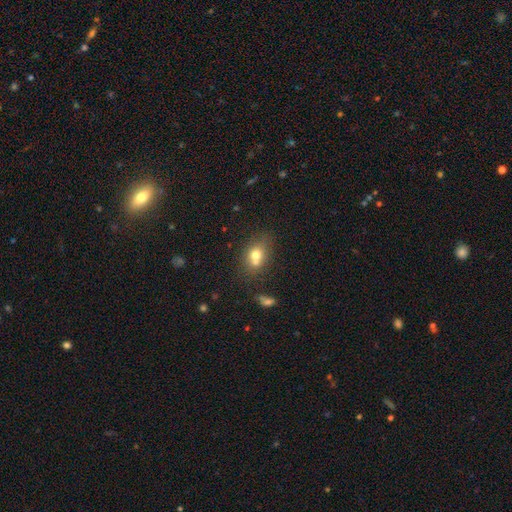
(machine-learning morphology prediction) A smooth galaxy with no disk features (69%) that is in between round and cigar-shaped (56%).

Vote fractions:
- Smooth or featured? smooth: 69% / featured or disk: 19% / star or artifact: 12%
- How rounded? in between: 56% / round: 42% / cigar-shaped: 2%
- Merging? none: 43% / merger: 37% / minor disturbance: 14% / major disturbance: 5%